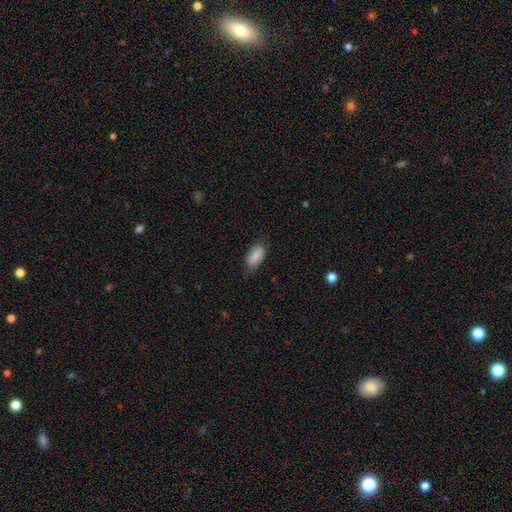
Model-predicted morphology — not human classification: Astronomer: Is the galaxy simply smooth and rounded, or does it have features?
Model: smooth — 85%.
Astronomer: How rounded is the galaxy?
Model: in between — 93%.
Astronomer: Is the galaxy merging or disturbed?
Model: none — 77%.